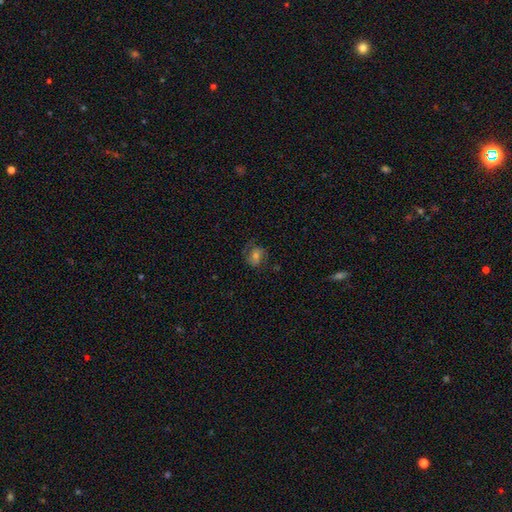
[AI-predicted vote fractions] Smooth or featured? featured or disk (52%)
Edge-on disk? no (97%)
Bar? no (55%)
Spiral arms? yes (86%)
Bulge size? moderate (57%)
Merging? none (70%)